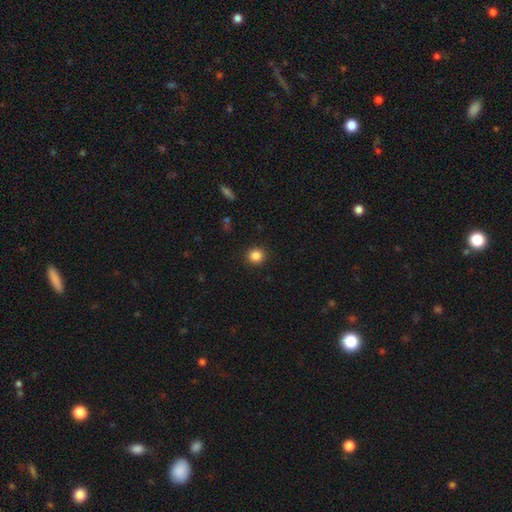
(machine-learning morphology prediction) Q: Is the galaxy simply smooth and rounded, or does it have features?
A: smooth — 86%.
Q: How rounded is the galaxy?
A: round — 88%.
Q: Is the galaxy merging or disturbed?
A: none — 91%.